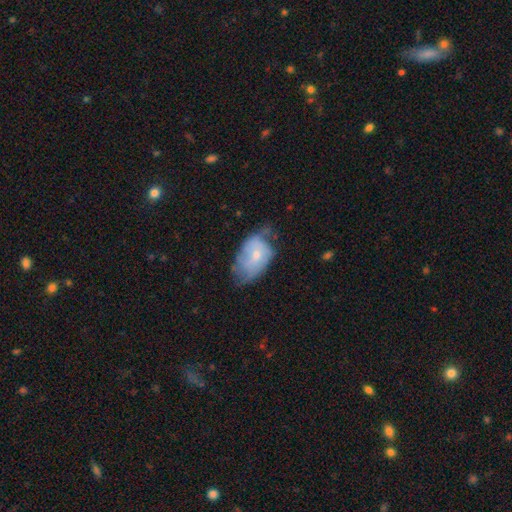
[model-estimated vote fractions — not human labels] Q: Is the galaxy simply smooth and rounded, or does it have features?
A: smooth — 47%.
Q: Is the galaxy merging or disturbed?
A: minor disturbance — 41%.